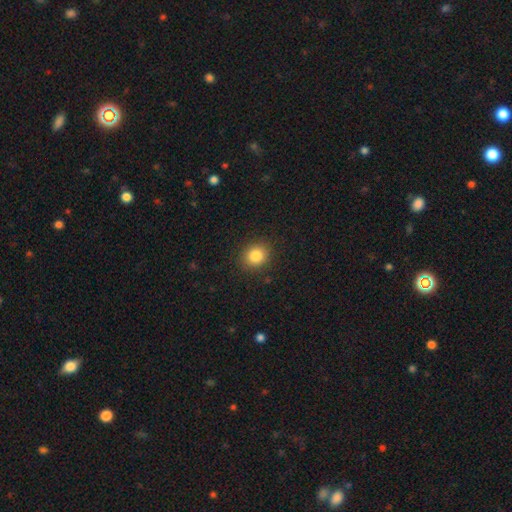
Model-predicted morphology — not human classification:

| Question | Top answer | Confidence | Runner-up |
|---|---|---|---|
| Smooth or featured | smooth | 84% | star or artifact (10%) |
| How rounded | round | 65% | in between (34%) |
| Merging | none | 88% | minor disturbance (8%) |